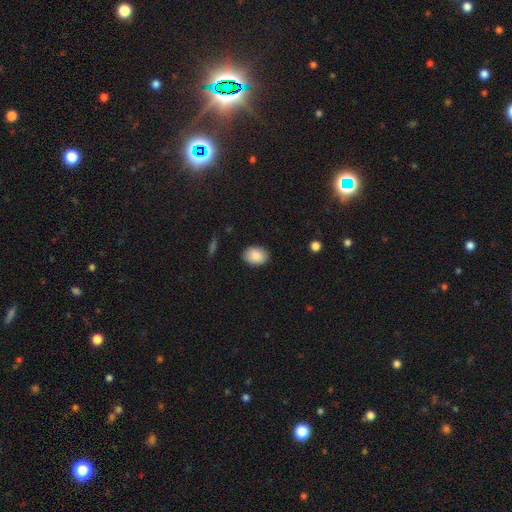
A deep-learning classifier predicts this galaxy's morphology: The model was most divided on "how rounded": in between: 70%, round: 29%, cigar-shaped: 1%. More confident: smooth or featured — smooth (88%); merging — none (87%).